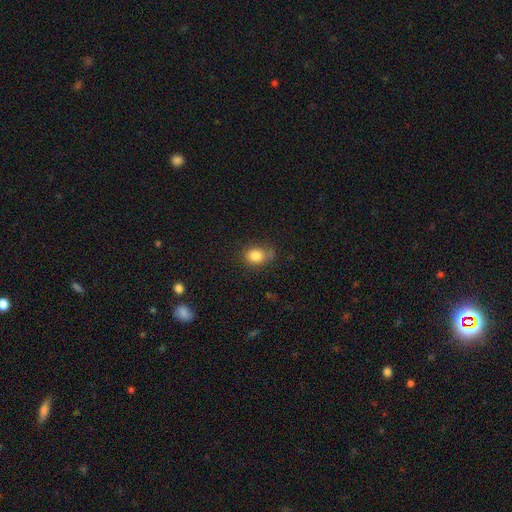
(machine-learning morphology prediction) Smooth or featured: smooth — 83% (star or artifact — 10%)
How rounded: round — 50% (in between — 49%)
Merging: none — 63% (minor disturbance — 26%)